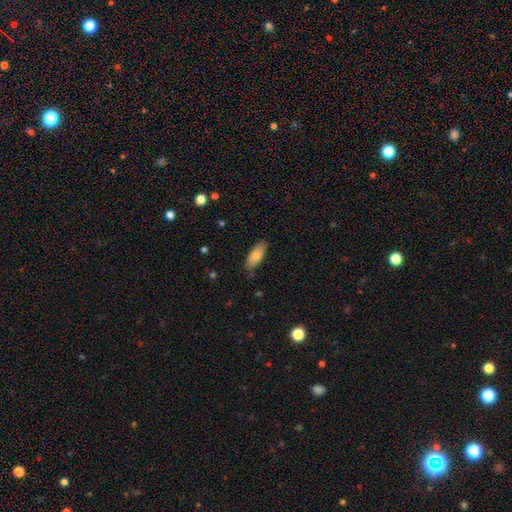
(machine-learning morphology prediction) type=smooth (82%); roundness=in between (82%); merging=none (84%).